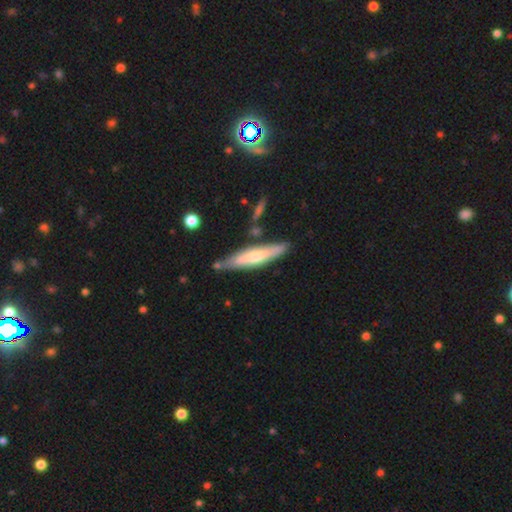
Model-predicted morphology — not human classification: Q: Smooth or featured?
A: smooth (51%); runner-up: featured or disk (44%)
Q: How rounded?
A: cigar-shaped (81%); runner-up: in between (17%)
Q: Merging?
A: none (75%); runner-up: minor disturbance (15%)